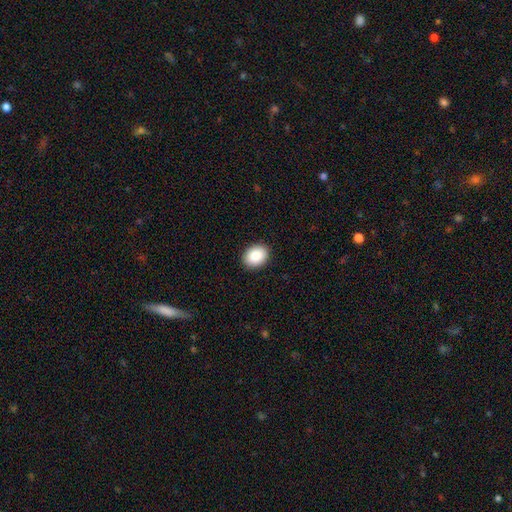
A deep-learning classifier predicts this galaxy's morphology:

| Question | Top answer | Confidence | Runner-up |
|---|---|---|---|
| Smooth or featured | smooth | 88% | star or artifact (7%) |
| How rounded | in between | 66% | round (33%) |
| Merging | none | 91% | minor disturbance (7%) |